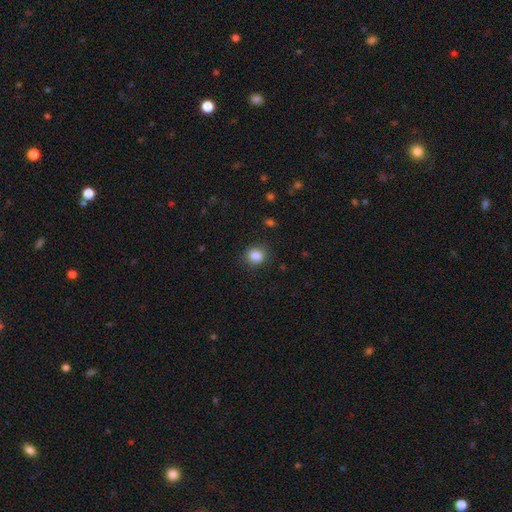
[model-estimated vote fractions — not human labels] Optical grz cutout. It shows a smooth galaxy with no disk features (85%) that is round (75%). Merging: none (84%).